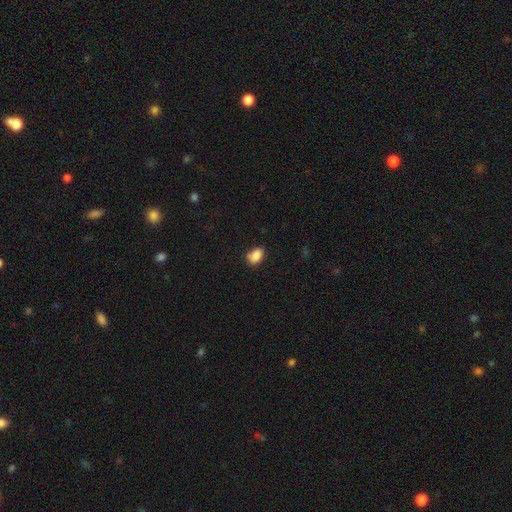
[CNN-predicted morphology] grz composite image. It shows a smooth galaxy with no disk features (87%) that is in between round and cigar-shaped (82%). Merging: none (71%).